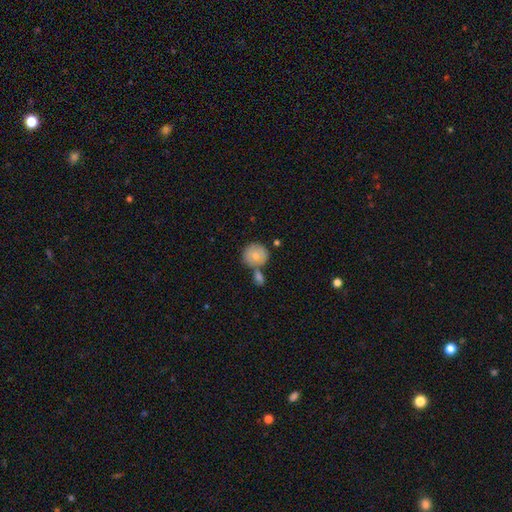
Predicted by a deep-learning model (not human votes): Q: Smooth or featured?
A: smooth (74%); runner-up: featured or disk (19%)
Q: How rounded?
A: round (87%); runner-up: in between (12%)
Q: Merging?
A: none (55%); runner-up: merger (29%)